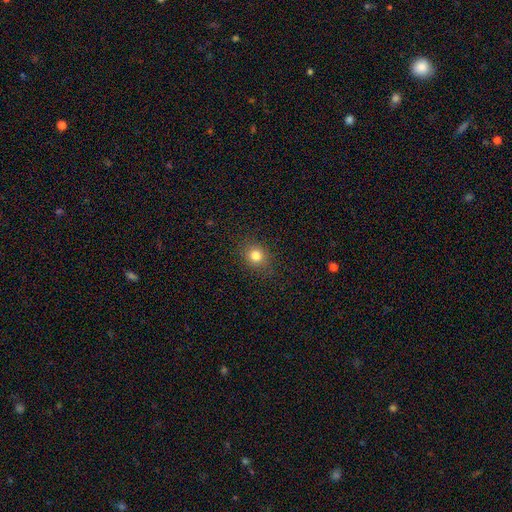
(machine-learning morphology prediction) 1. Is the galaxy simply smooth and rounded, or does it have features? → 81% smooth, 12% star or artifact, 6% featured or disk.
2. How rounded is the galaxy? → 68% round, 31% in between, 1% cigar-shaped.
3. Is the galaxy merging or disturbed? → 87% none, 9% minor disturbance, 3% major disturbance, 1% merger.